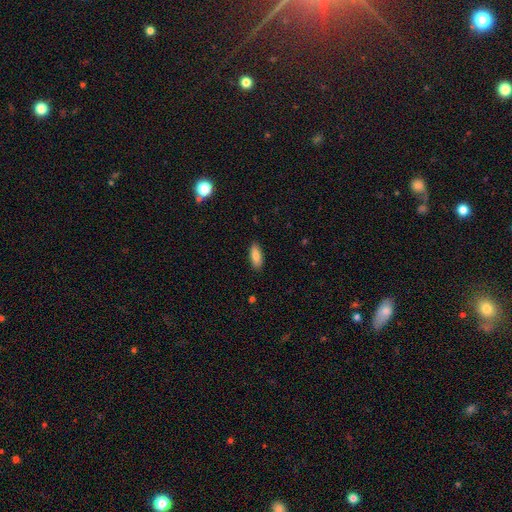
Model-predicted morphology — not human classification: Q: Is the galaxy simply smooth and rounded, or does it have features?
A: smooth — 82%.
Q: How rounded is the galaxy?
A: in between — 79%.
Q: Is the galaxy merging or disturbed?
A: none — 88%.